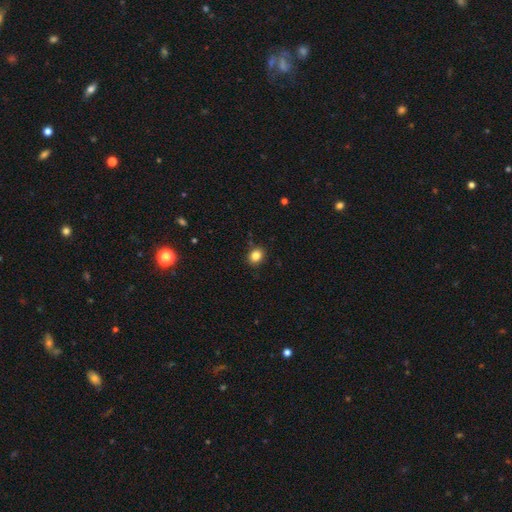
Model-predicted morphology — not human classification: A smooth galaxy with no disk features (84%) that is round (64%).

Vote fractions:
- Smooth or featured? smooth: 84% / star or artifact: 11% / featured or disk: 5%
- How rounded? round: 64% / in between: 35% / cigar-shaped: 1%
- Merging? none: 86% / minor disturbance: 10% / major disturbance: 2% / merger: 2%